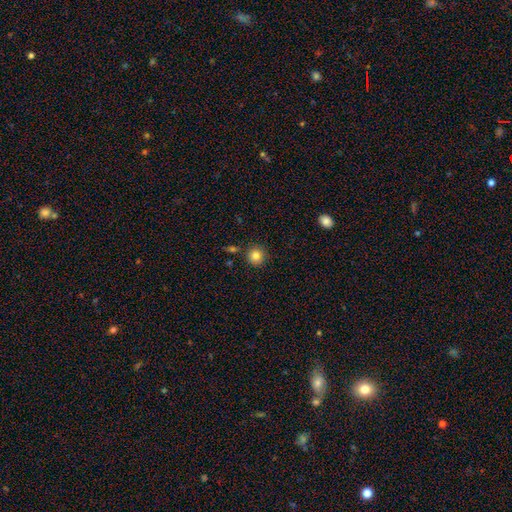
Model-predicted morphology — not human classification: type=smooth (83%); roundness=round (93%); merging=none (86%).